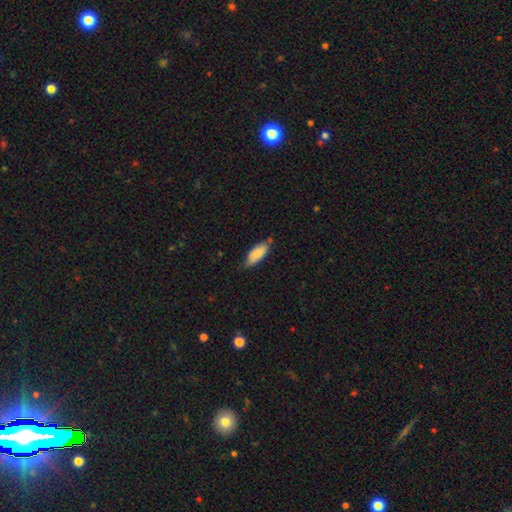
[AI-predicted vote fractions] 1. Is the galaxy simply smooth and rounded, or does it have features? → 86% smooth, 8% featured or disk, 6% star or artifact.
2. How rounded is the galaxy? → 78% in between, 20% cigar-shaped, 2% round.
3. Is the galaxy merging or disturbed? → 65% none, 28% minor disturbance, 4% major disturbance, 3% merger.